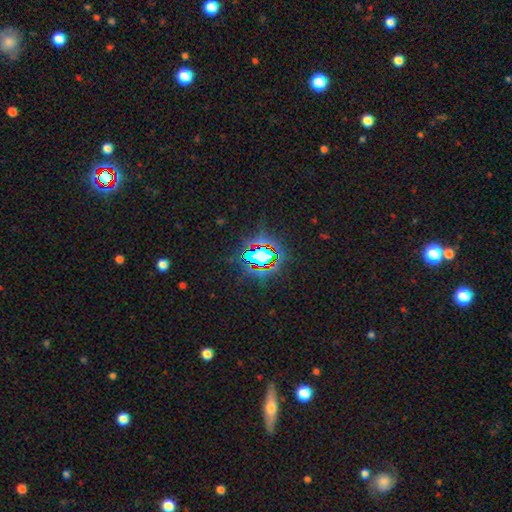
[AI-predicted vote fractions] Smooth or featured? star or artifact (79%)